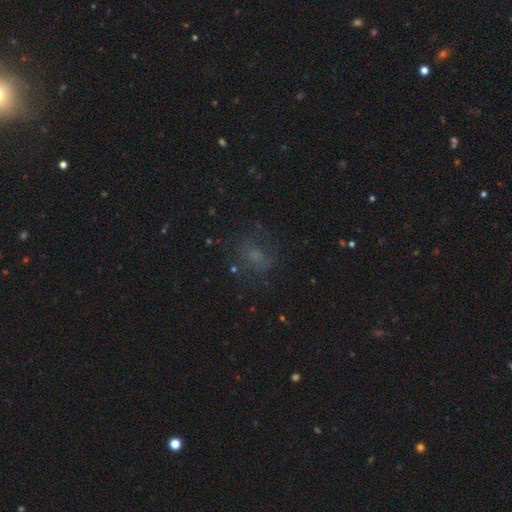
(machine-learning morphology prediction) smooth_or_featured: smooth (p=0.49) [alt: featured or disk p=0.26]
merging: none (p=0.62) [alt: major disturbance p=0.18]